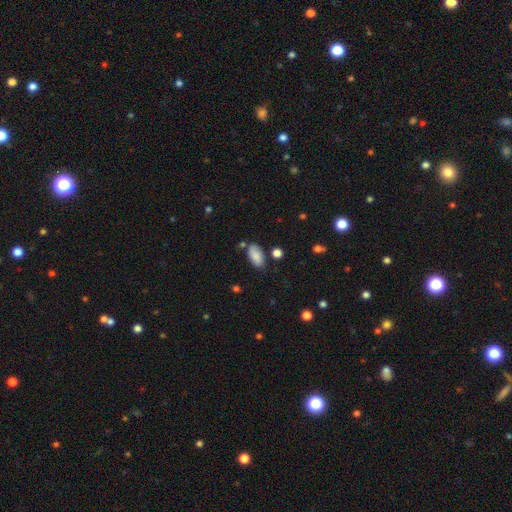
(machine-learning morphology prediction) smooth_or_featured: smooth (p=0.86) [alt: star or artifact p=0.08]
how_rounded: in between (p=0.93) [alt: cigar-shaped p=0.03]
merging: none (p=0.71) [alt: minor disturbance p=0.18]